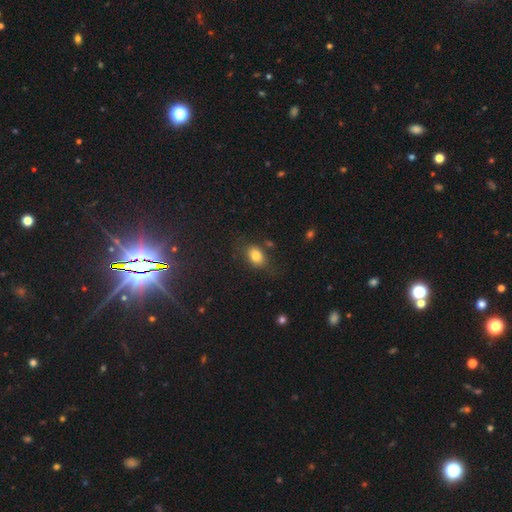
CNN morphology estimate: This is clearly a smooth galaxy (80%). How rounded: likely in between (79%). Merging: likely none (72%).